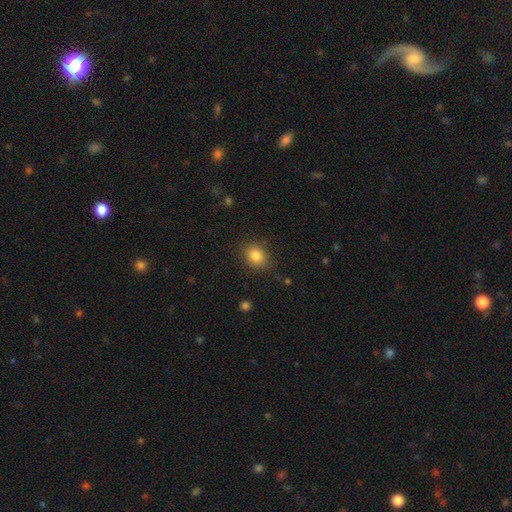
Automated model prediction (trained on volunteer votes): smooth-or-featured: smooth: 84% | star or artifact: 10% | featured or disk: 6%
  how-rounded: round: 61% | in between: 38% | cigar-shaped: 1%
  merging: none: 85% | minor disturbance: 10% | major disturbance: 3% | merger: 1%